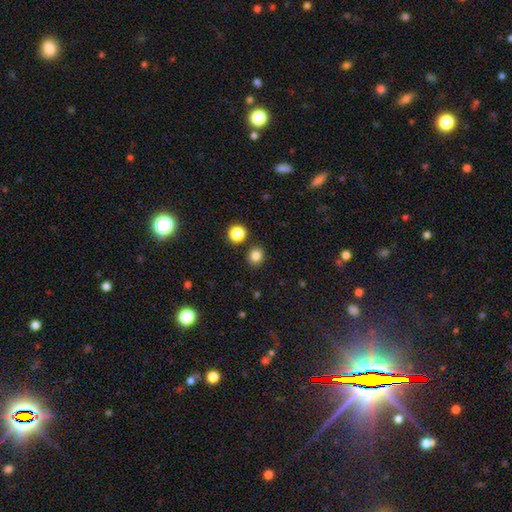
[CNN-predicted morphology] Smooth or featured? smooth (82%)
How rounded? round (82%)
Merging? none (87%)